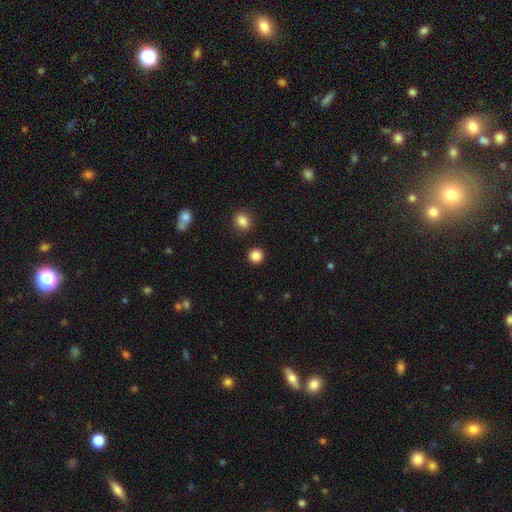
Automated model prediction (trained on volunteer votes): A smooth galaxy with no disk features (86%) that is round (94%). Merging: none (92%).